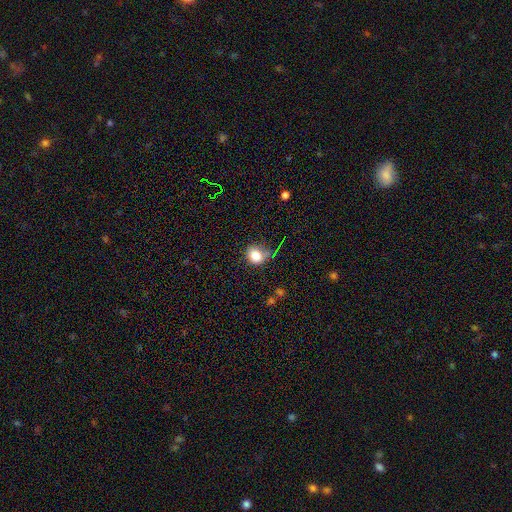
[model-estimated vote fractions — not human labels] Smooth or featured? Predicted: smooth (p=0.81). How rounded? Predicted: round (p=0.68). Merging? Predicted: none (p=0.53).